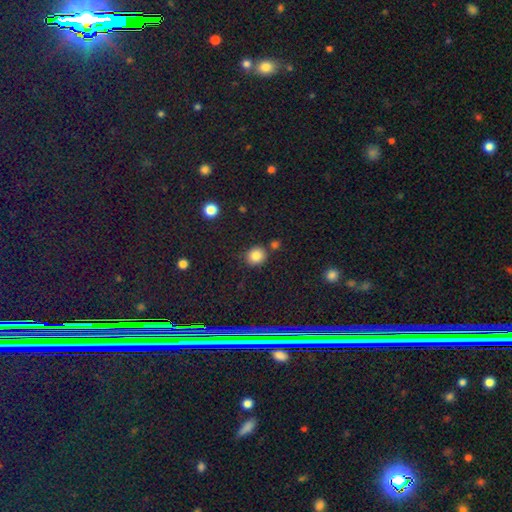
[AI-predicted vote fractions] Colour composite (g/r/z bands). It shows a smooth galaxy with no disk features (83%) that is round (83%). Merging: none (80%).